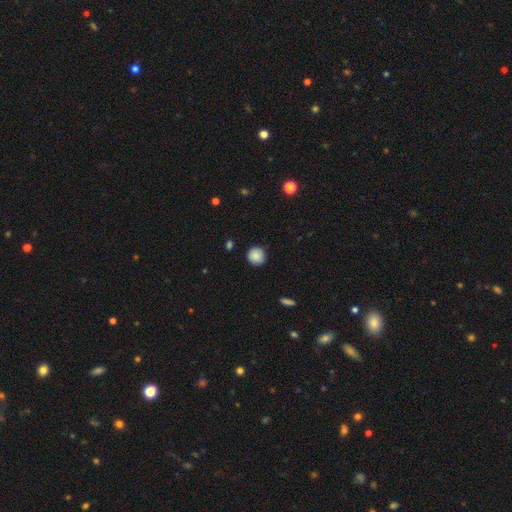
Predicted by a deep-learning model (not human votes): smooth-or-featured: smooth: 87% | star or artifact: 8% | featured or disk: 4%
  how-rounded: round: 92% | in between: 7% | cigar-shaped: 1%
  merging: none: 88% | minor disturbance: 9% | major disturbance: 2% | merger: 1%